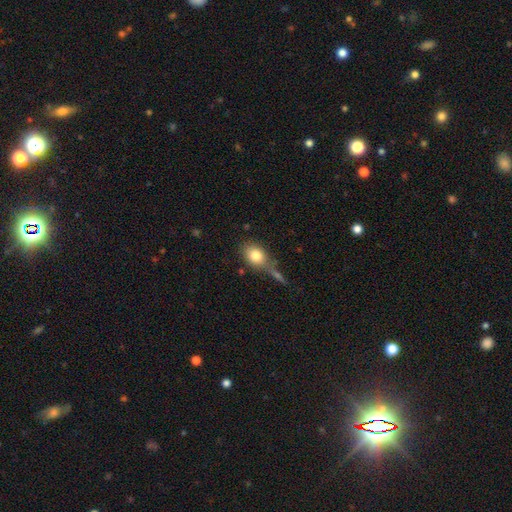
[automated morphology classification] Smooth or featured? Predicted: smooth (p=0.80). How rounded? Predicted: in between (p=0.69). Merging? Predicted: none (p=0.54).